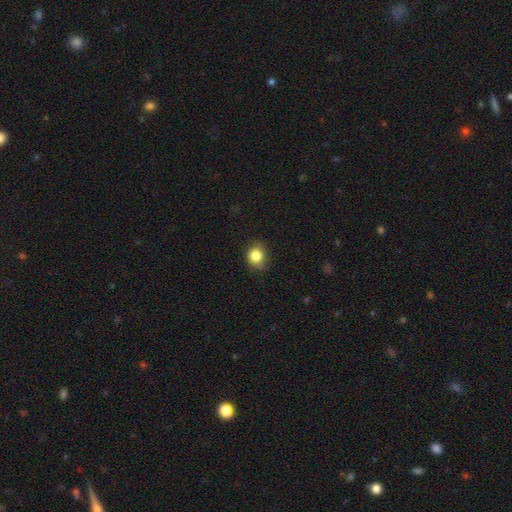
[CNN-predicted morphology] Q: Smooth or featured?
A: smooth (84%); runner-up: star or artifact (10%)
Q: How rounded?
A: round (71%); runner-up: in between (28%)
Q: Merging?
A: none (79%); runner-up: minor disturbance (17%)